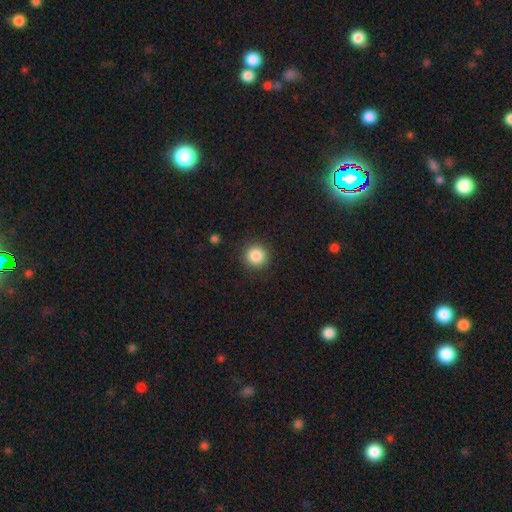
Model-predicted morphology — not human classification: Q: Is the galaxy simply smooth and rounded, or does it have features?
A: smooth — 86%.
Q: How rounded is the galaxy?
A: round — 94%.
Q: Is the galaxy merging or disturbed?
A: none — 91%.